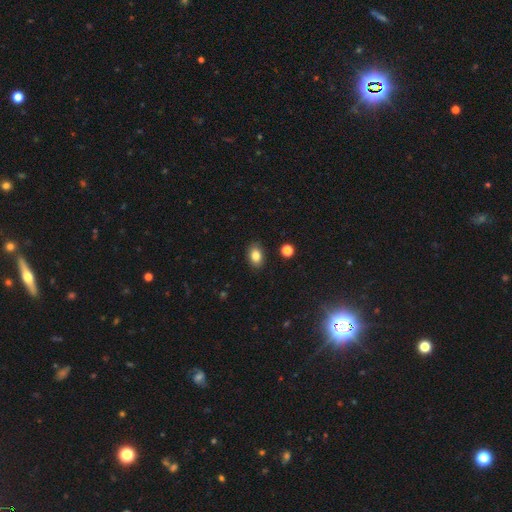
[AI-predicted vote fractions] A smooth galaxy with no disk features (83%) that is in between round and cigar-shaped (80%).

Vote fractions:
- Smooth or featured? smooth: 83% / star or artifact: 9% / featured or disk: 7%
- How rounded? in between: 80% / round: 18% / cigar-shaped: 1%
- Merging? none: 87% / minor disturbance: 9% / major disturbance: 2% / merger: 2%